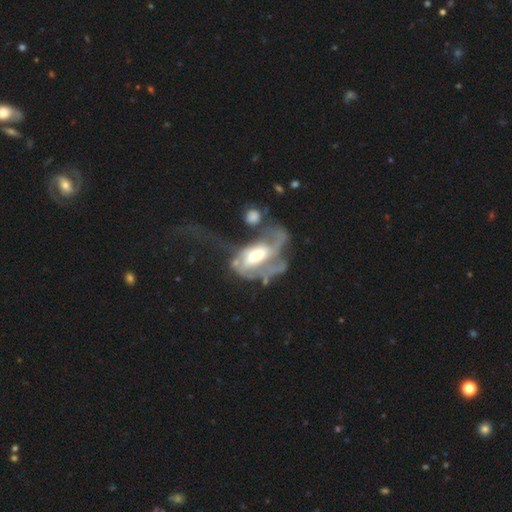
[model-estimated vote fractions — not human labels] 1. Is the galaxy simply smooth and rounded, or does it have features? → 72% featured or disk, 21% smooth, 7% star or artifact.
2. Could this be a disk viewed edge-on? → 94% no, 6% yes.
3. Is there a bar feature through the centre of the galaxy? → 44% no, 36% weak, 21% strong.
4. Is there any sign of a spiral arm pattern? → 66% yes, 34% no.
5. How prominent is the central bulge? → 56% moderate, 25% large, 14% small, 3% none, 2% dominant.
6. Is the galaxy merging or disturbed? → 53% major disturbance, 20% merger, 15% none, 12% minor disturbance.